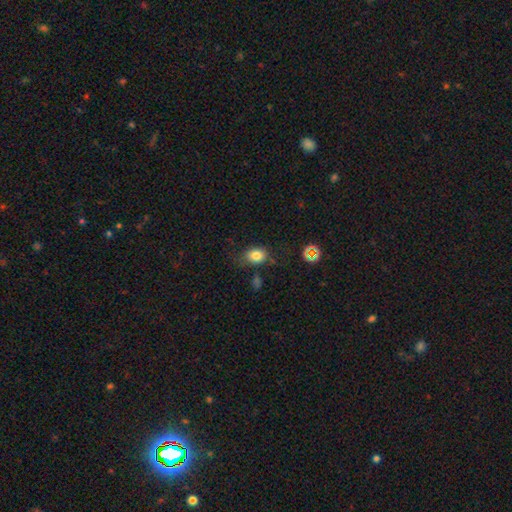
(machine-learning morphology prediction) smooth-or-featured: smooth: 79% | star or artifact: 12% | featured or disk: 8%
  how-rounded: in between: 57% | round: 42% | cigar-shaped: 1%
  merging: none: 69% | minor disturbance: 20% | major disturbance: 7% | merger: 4%